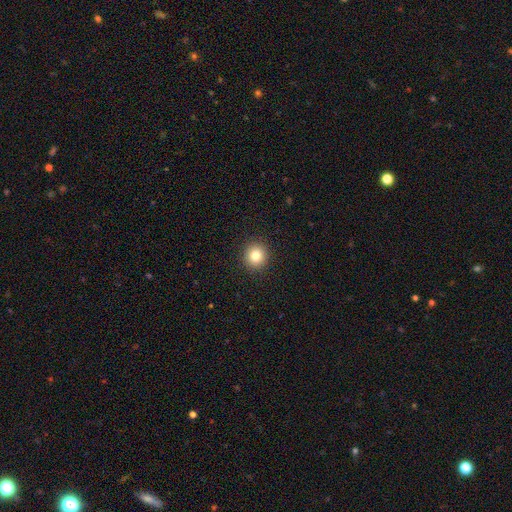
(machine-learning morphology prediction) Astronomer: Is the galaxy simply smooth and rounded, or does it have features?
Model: smooth — 82%.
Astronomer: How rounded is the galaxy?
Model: round — 91%.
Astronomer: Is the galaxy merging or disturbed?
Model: none — 92%.